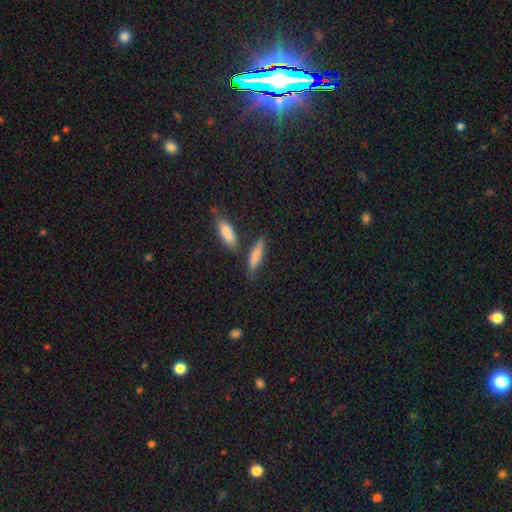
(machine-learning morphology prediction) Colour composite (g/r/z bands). It shows a smooth galaxy with no disk features (78%) that is cigar-shaped (69%). Merging: none (66%).